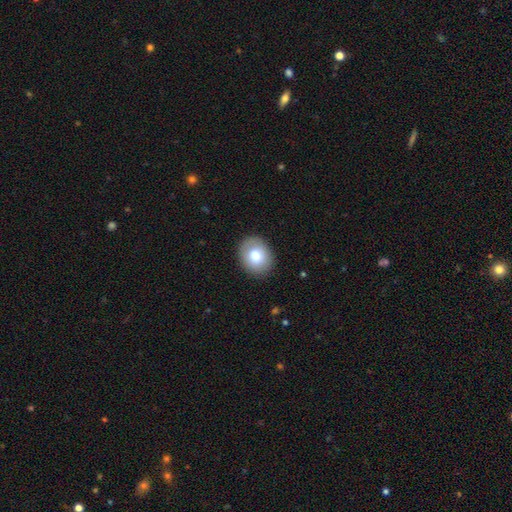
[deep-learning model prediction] Smooth or featured?
  - smooth: 77% *
  - featured or disk: 15%
  - star or artifact: 8%
How rounded?
  - round: 58% *
  - in between: 41%
  - cigar-shaped: 1%
Merging?
  - none: 89% *
  - minor disturbance: 8%
  - major disturbance: 2%
  - merger: 1%